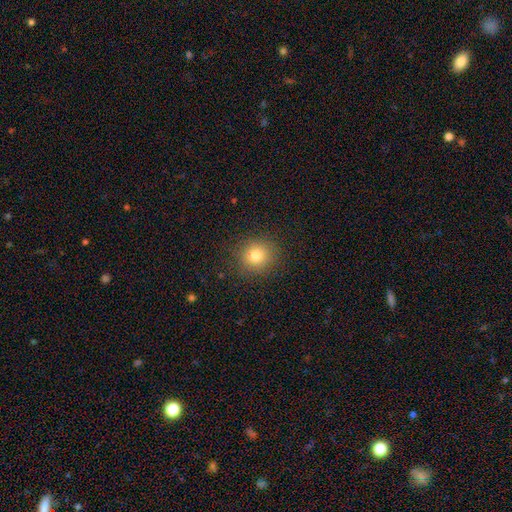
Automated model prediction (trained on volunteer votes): Q: Smooth or featured?
A: smooth (78%); runner-up: star or artifact (14%)
Q: How rounded?
A: round (87%); runner-up: in between (12%)
Q: Merging?
A: none (87%); runner-up: minor disturbance (9%)